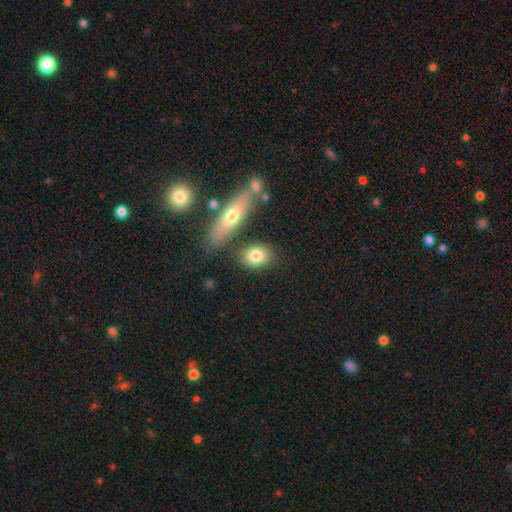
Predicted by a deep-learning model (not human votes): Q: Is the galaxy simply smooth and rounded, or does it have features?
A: smooth — 80%.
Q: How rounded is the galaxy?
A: in between — 54%.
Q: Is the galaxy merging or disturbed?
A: none — 74%.